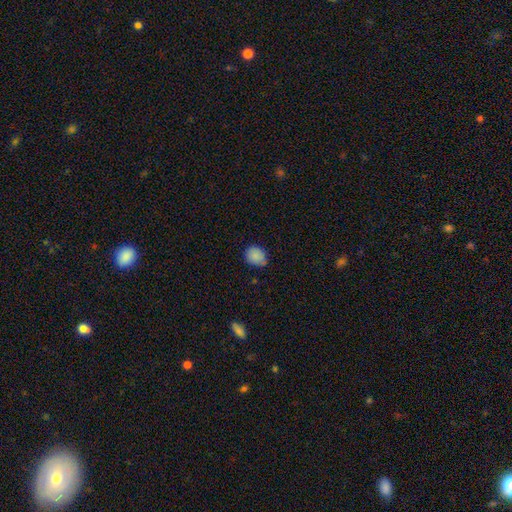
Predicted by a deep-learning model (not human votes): Smooth or featured: smooth — 85% (star or artifact — 9%)
How rounded: round — 63% (in between — 36%)
Merging: none — 68% (minor disturbance — 27%)